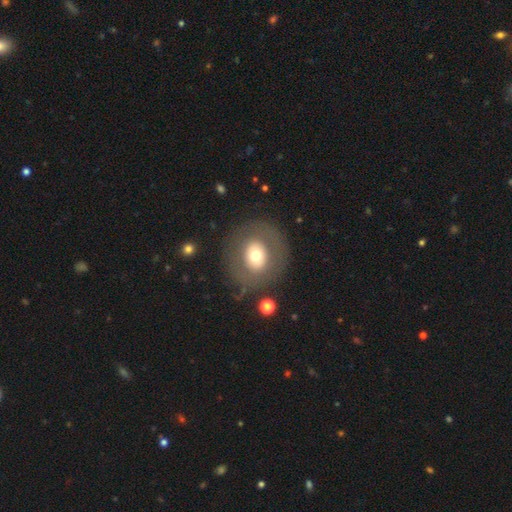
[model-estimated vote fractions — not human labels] A smooth galaxy with no disk features (57%) that is round (77%).

Vote fractions:
- Smooth or featured? smooth: 57% / featured or disk: 33% / star or artifact: 9%
- How rounded? round: 77% / in between: 22% / cigar-shaped: 1%
- Merging? none: 79% / minor disturbance: 11% / major disturbance: 8% / merger: 2%